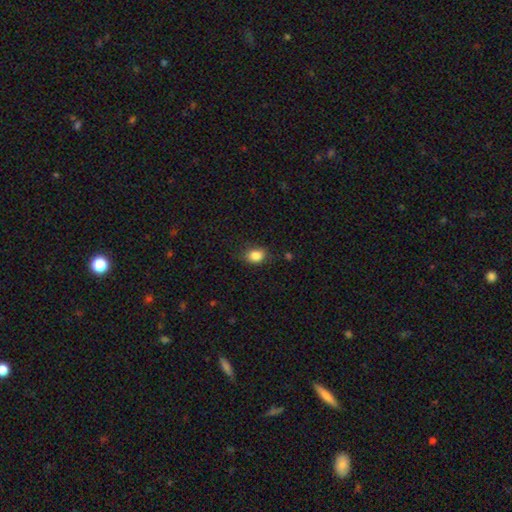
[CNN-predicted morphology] Smooth or featured? Predicted: smooth (p=0.86). How rounded? Predicted: in between (p=0.61). Merging? Predicted: none (p=0.76).